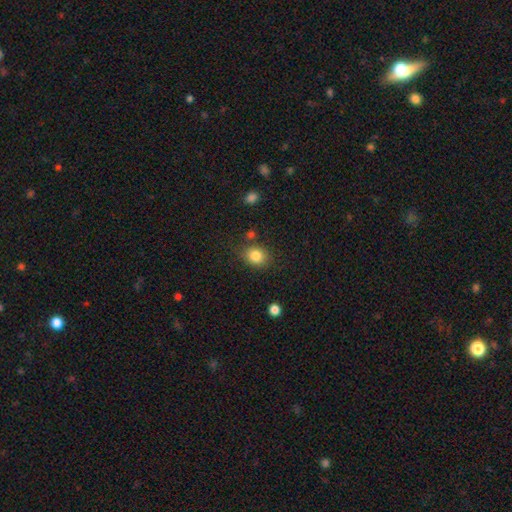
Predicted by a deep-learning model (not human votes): smooth-or-featured: smooth: 83% | star or artifact: 10% | featured or disk: 6%
  how-rounded: round: 63% | in between: 36% | cigar-shaped: 1%
  merging: none: 77% | minor disturbance: 13% | merger: 6% | major disturbance: 4%